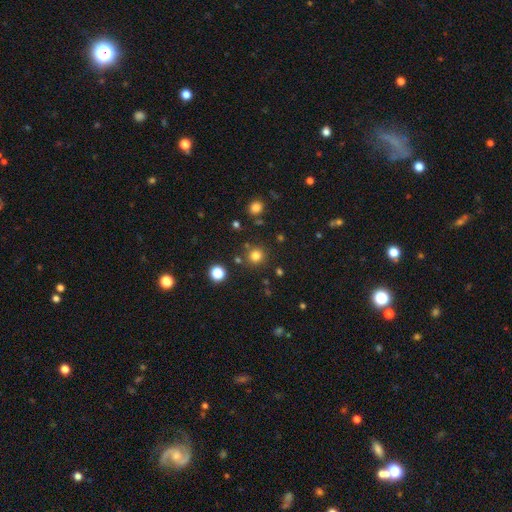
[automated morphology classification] A smooth galaxy with no disk features (79%) that is round (93%).

Vote fractions:
- Smooth or featured? smooth: 79% / star or artifact: 16% / featured or disk: 5%
- How rounded? round: 93% / in between: 6% / cigar-shaped: 1%
- Merging? none: 85% / minor disturbance: 7% / merger: 5% / major disturbance: 3%